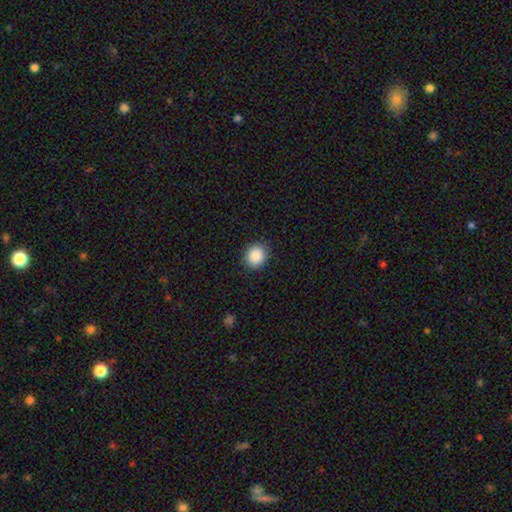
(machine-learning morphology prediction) Q: Smooth or featured?
A: smooth (88%); runner-up: star or artifact (8%)
Q: How rounded?
A: round (77%); runner-up: in between (22%)
Q: Merging?
A: none (90%); runner-up: minor disturbance (7%)